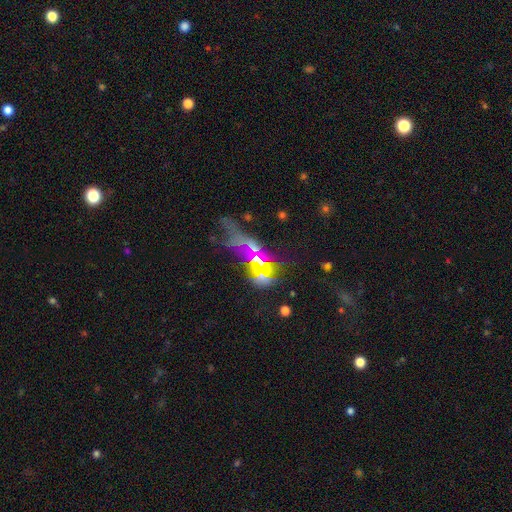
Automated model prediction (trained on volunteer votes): This is possibly a star or artifact rather than a galaxy (49%).